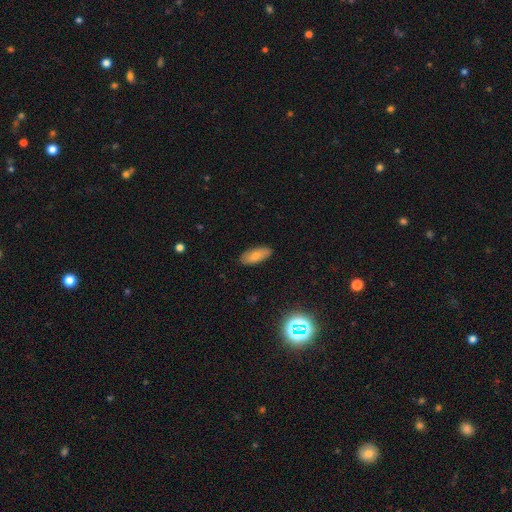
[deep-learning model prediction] A smooth galaxy with no disk features (78%) that is in between round and cigar-shaped (82%). Merging: none (88%).